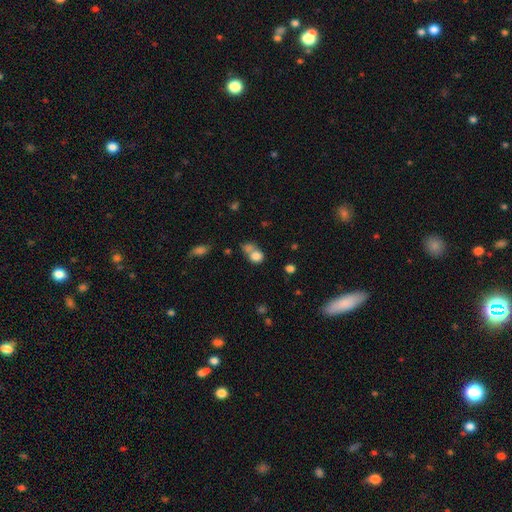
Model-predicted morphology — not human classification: Smooth or featured?
  - smooth: 79% *
  - star or artifact: 11%
  - featured or disk: 9%
How rounded?
  - round: 65% *
  - in between: 34%
  - cigar-shaped: 1%
Merging?
  - merger: 46% *
  - none: 36%
  - minor disturbance: 11%
  - major disturbance: 7%